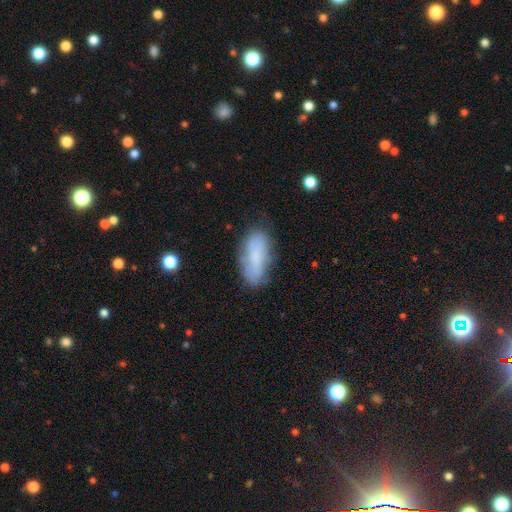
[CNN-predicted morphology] Overall: smooth (73%). How rounded: in between (83%). Merging: none (67%).